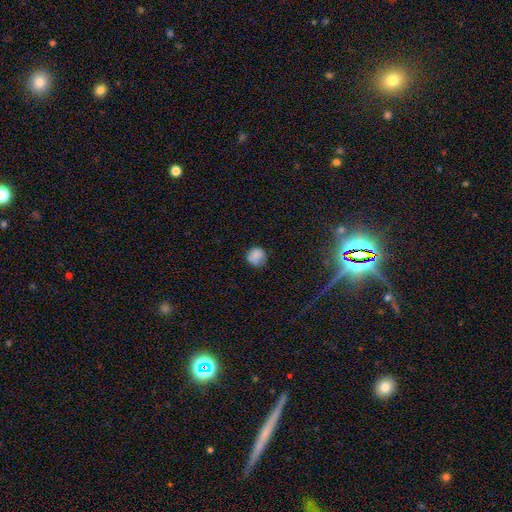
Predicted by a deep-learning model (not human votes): Morphology: type=smooth (83%); roundness=round (92%); merging=none (76%).